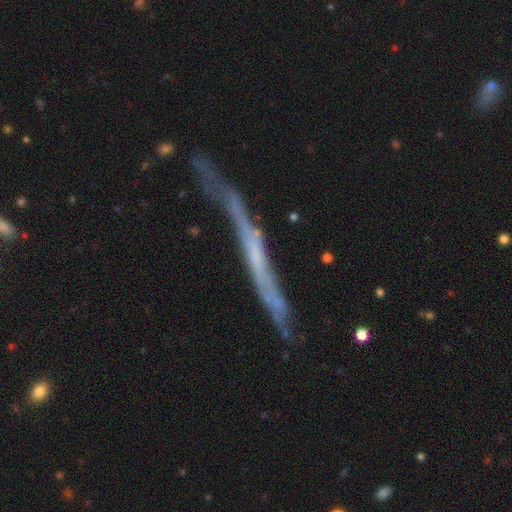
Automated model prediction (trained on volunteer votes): Q: Smooth or featured?
A: featured or disk (67%); runner-up: smooth (23%)
Q: Edge-on disk?
A: yes (86%); runner-up: no (14%)
Q: Edge-on bulge?
A: none (80%); runner-up: rounded (12%)
Q: Merging?
A: none (54%); runner-up: minor disturbance (27%)